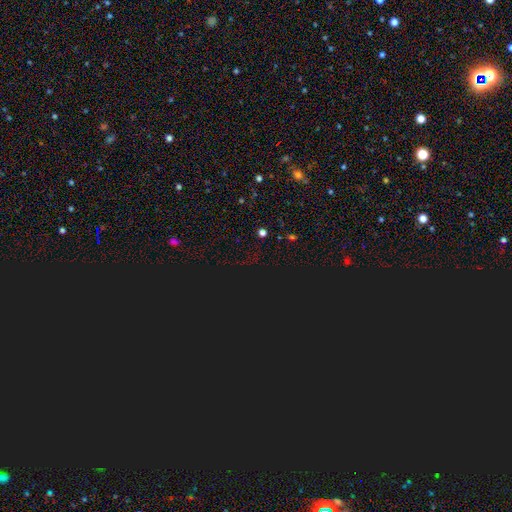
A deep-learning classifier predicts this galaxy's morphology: smooth-or-featured: star or artifact: 68% | smooth: 26% | featured or disk: 6%